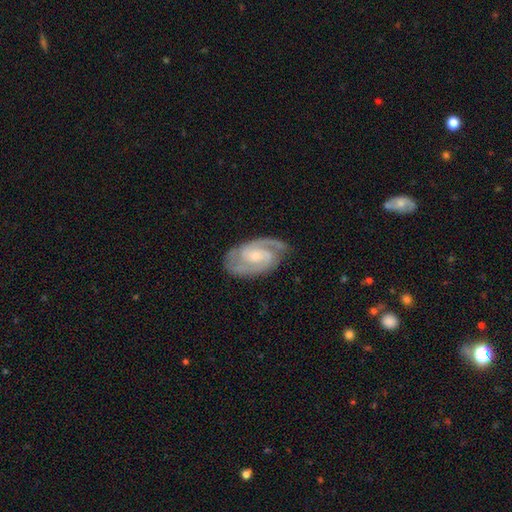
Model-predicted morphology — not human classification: smooth_or_featured: featured or disk (p=0.89) [alt: smooth p=0.06]
disk_edge_on: no (p=0.97) [alt: yes p=0.03]
bar: no (p=0.48) [alt: weak p=0.41]
has_spiral_arms: yes (p=0.98) [alt: no p=0.02]
spiral_winding: tight (p=0.47) [alt: medium p=0.46]
spiral_arm_count: 2 (p=0.86) [alt: 3 p=0.05]
bulge_size: small (p=0.63) [alt: moderate p=0.31]
merging: none (p=0.80) [alt: minor disturbance p=0.15]